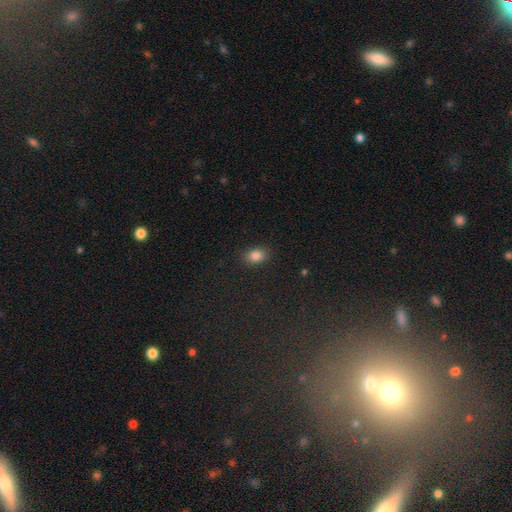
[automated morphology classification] smooth_or_featured: smooth (p=0.85) [alt: star or artifact p=0.10]
how_rounded: in between (p=0.79) [alt: round p=0.20]
merging: none (p=0.86) [alt: minor disturbance p=0.10]